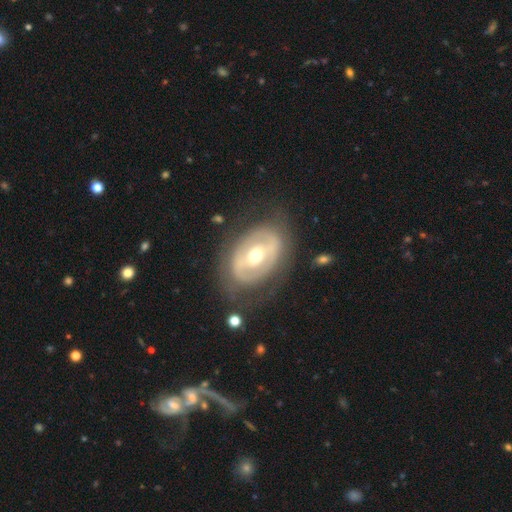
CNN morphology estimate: smooth-or-featured: featured or disk: 70% | smooth: 24% | star or artifact: 5%
  disk-edge-on: no: 94% | yes: 6%
    bar: no: 39% | weak: 31% | strong: 29%
    has-spiral-arms: no: 67% | yes: 33%
    bulge-size: moderate: 70% | small: 22% | large: 6% | dominant: 1% | none: 1%
  merging: none: 73% | minor disturbance: 16% | major disturbance: 10% | merger: 2%